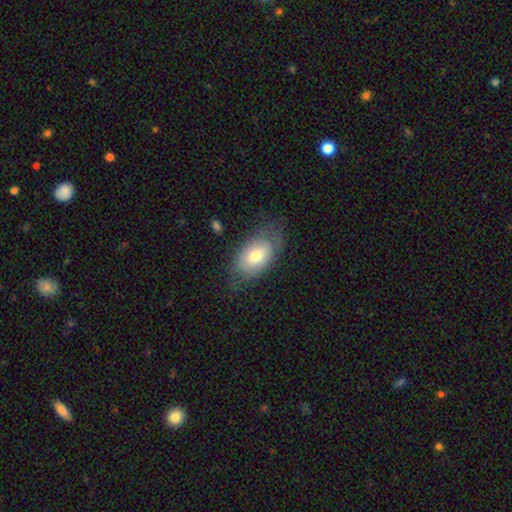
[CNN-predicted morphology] A smooth galaxy with no disk features (68%) that is in between round and cigar-shaped (90%). Merging: none (66%).